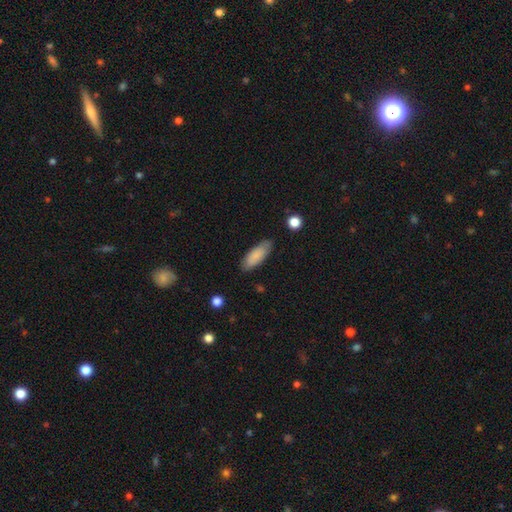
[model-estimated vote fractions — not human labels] smooth_or_featured: smooth (p=0.83) [alt: featured or disk p=0.11]
how_rounded: in between (p=0.73) [alt: cigar-shaped p=0.25]
merging: none (p=0.80) [alt: minor disturbance p=0.16]